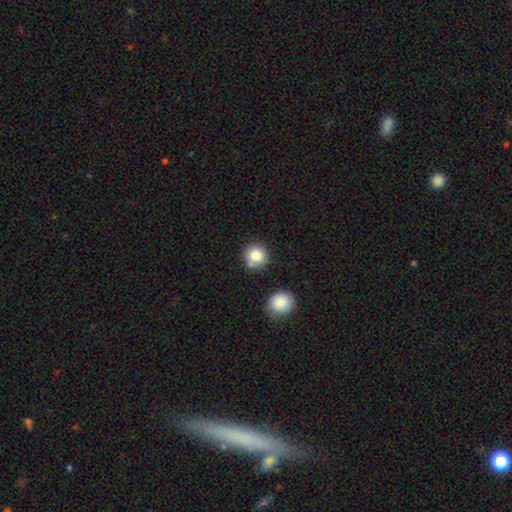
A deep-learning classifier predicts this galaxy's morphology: type=smooth (84%); roundness=round (93%); merging=none (78%).